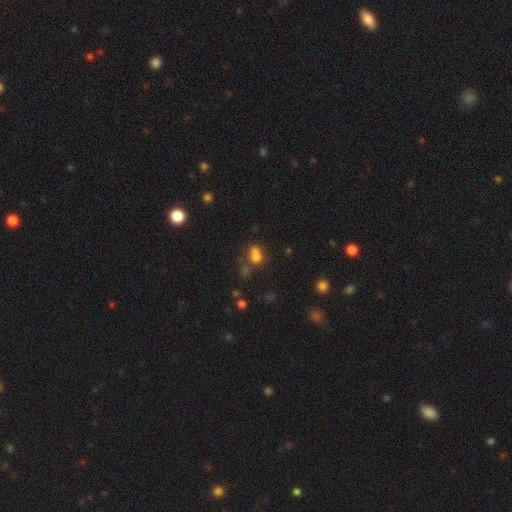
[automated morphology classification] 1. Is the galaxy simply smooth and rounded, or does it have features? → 71% smooth, 18% star or artifact, 11% featured or disk.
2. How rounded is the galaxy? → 63% in between, 34% round, 3% cigar-shaped.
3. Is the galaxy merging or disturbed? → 36% none, 35% merger, 17% minor disturbance, 12% major disturbance.